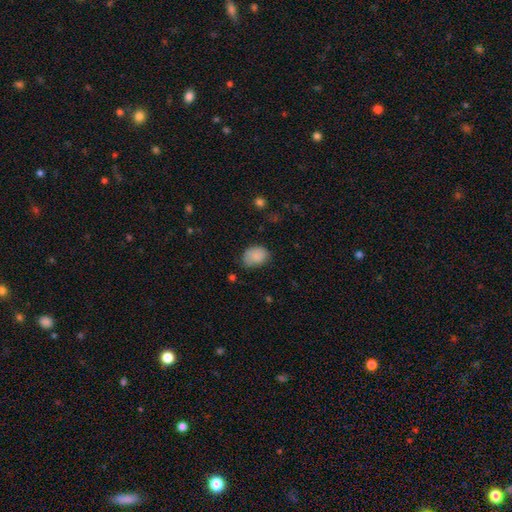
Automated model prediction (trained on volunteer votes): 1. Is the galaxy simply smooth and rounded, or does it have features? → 84% smooth, 8% star or artifact, 8% featured or disk.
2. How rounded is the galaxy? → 69% in between, 30% round, 1% cigar-shaped.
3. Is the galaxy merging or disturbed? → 63% none, 29% minor disturbance, 6% major disturbance, 2% merger.